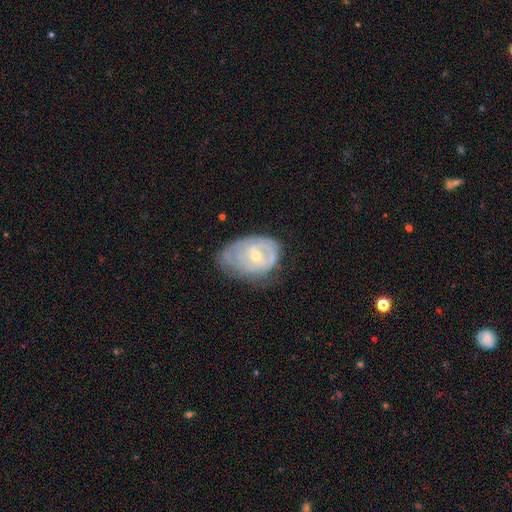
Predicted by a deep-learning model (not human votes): smooth_or_featured: featured or disk (p=0.65) [alt: smooth p=0.28]
disk_edge_on: no (p=0.96) [alt: yes p=0.04]
bar: no (p=0.69) [alt: weak p=0.25]
has_spiral_arms: yes (p=0.64) [alt: no p=0.36]
bulge_size: small (p=0.57) [alt: moderate p=0.40]
merging: none (p=0.45) [alt: minor disturbance p=0.35]